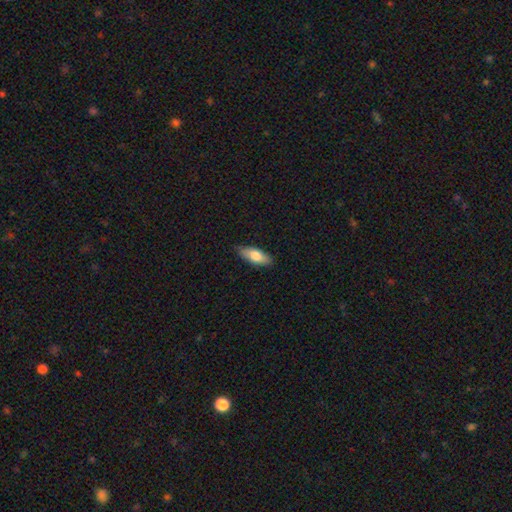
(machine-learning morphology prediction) Smooth or featured? smooth (78%)
How rounded? in between (76%)
Merging? none (82%)